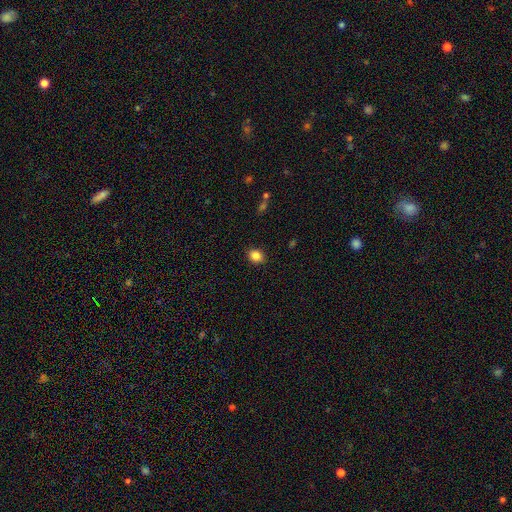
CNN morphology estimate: smooth 85%, star or artifact 10%, featured or disk 5%. Down the decision tree: how rounded — round (52%); merging — none (89%).